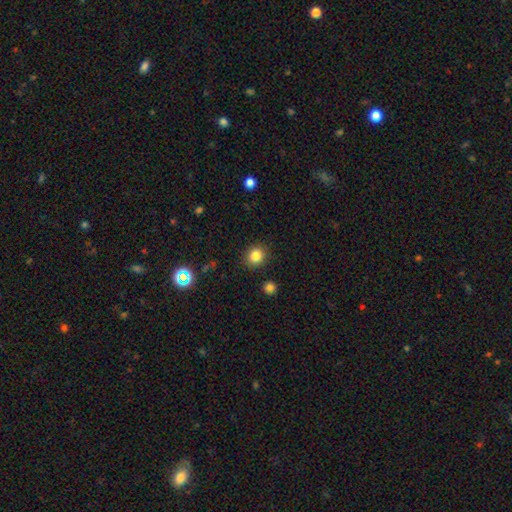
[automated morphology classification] smooth_or_featured: smooth (p=0.83) [alt: star or artifact p=0.12]
how_rounded: round (p=0.83) [alt: in between p=0.16]
merging: none (p=0.89) [alt: minor disturbance p=0.06]